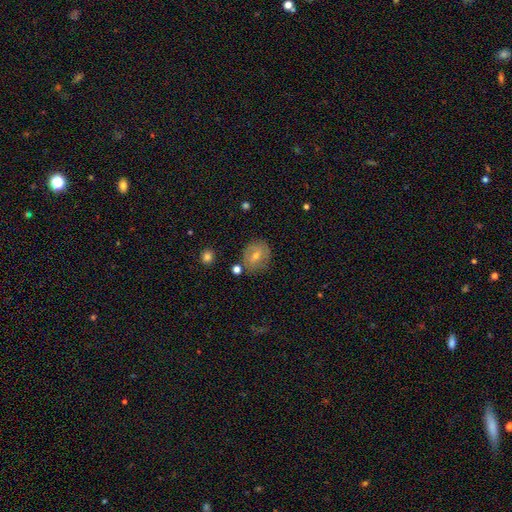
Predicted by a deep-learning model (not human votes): A smooth galaxy with no disk features (44%). Merging: none (76%).